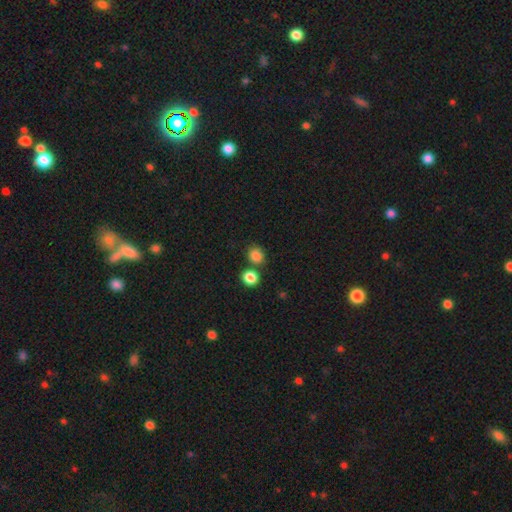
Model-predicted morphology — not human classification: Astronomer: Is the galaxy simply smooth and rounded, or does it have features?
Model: smooth — 85%.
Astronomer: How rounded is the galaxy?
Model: round — 75%.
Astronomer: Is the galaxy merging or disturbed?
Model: none — 71%.